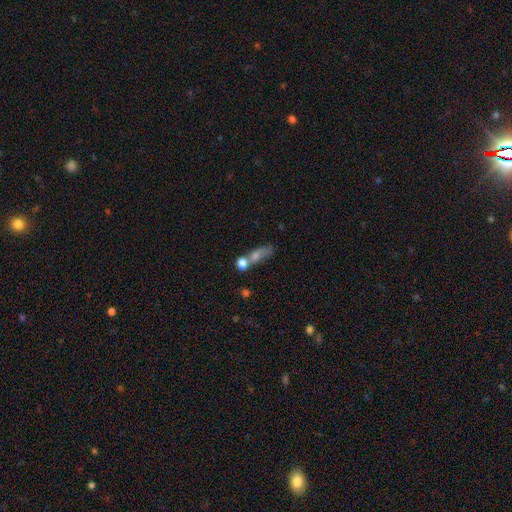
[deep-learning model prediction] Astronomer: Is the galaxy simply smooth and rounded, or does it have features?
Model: smooth — 55%.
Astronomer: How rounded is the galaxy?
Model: in between — 49% (runner-up: cigar-shaped, 27%).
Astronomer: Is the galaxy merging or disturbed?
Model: none — 35% (runner-up: merger, 32%).